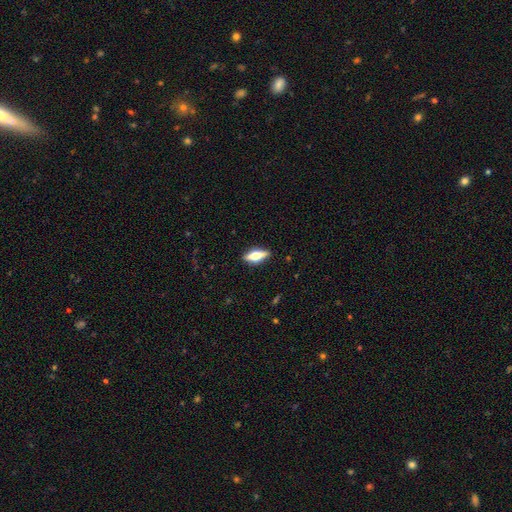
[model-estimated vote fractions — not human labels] Smooth or featured? Predicted: featured or disk (p=0.51). Edge-on disk? Predicted: yes (p=0.92). Merging? Predicted: none (p=0.88).